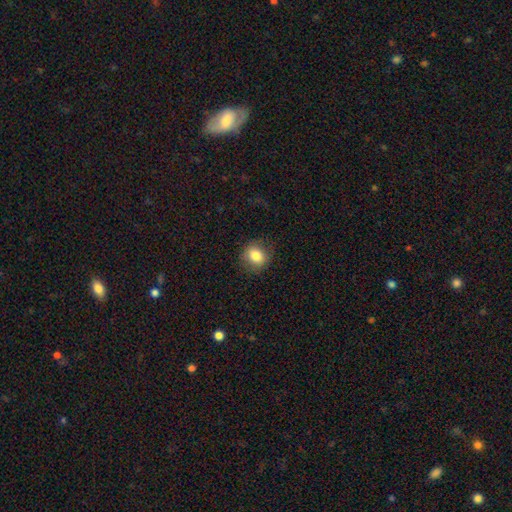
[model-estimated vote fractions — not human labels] A smooth galaxy with no disk features (81%) that is round (67%). Merging: none (82%).